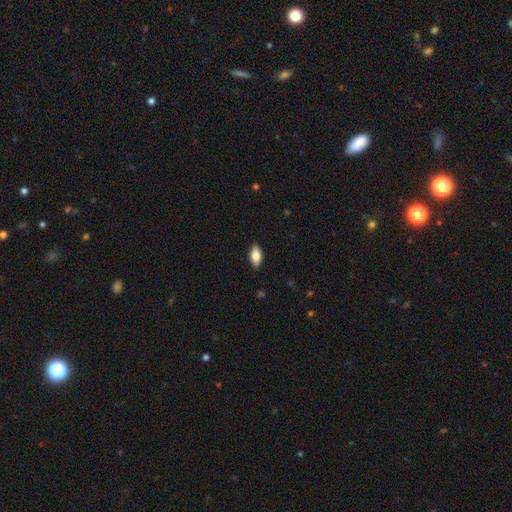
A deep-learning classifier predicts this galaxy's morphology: A smooth galaxy with no disk features (76%) that is in between round and cigar-shaped (88%). Merging: none (87%).